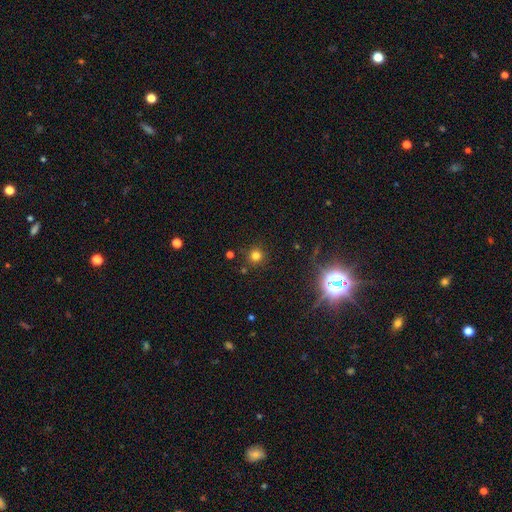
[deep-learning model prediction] A smooth galaxy with no disk features (74%) that is round (94%).

Vote fractions:
- Smooth or featured? smooth: 74% / star or artifact: 20% / featured or disk: 6%
- How rounded? round: 94% / in between: 5% / cigar-shaped: 1%
- Merging? none: 87% / minor disturbance: 7% / merger: 3% / major disturbance: 3%